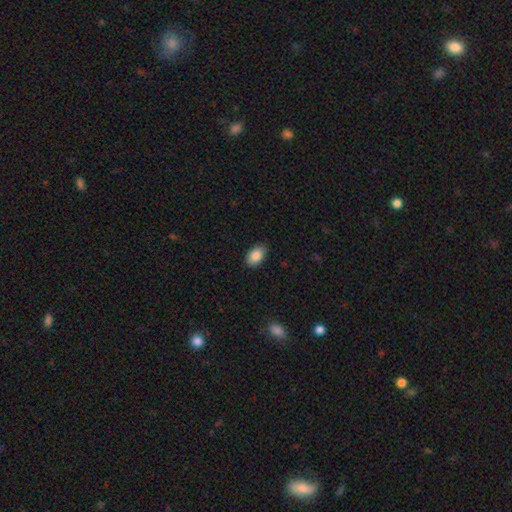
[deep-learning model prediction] smooth-or-featured: smooth: 87% | star or artifact: 7% | featured or disk: 6%
  how-rounded: in between: 90% | round: 8% | cigar-shaped: 1%
  merging: none: 86% | minor disturbance: 11% | major disturbance: 2% | merger: 1%